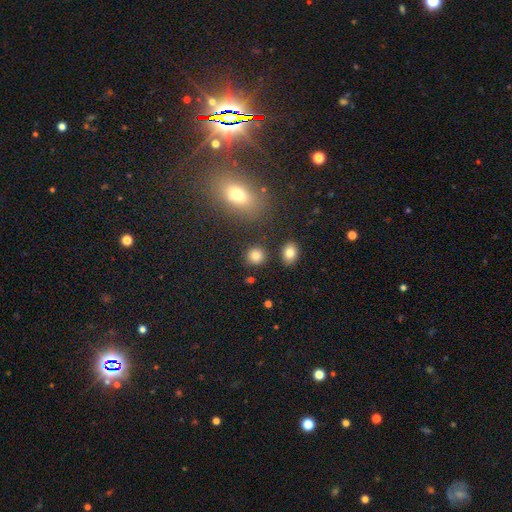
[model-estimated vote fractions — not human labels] Smooth or featured? smooth (83%)
How rounded? round (86%)
Merging? none (86%)